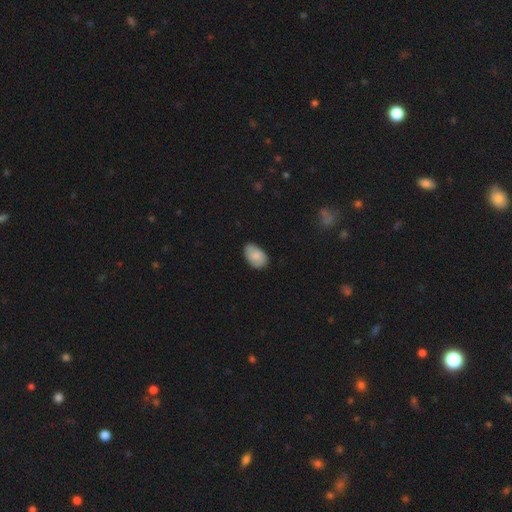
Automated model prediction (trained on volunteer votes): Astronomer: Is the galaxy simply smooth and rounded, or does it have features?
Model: smooth — 79%.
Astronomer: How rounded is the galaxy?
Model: in between — 89%.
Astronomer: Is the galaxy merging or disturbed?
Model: none — 68%.